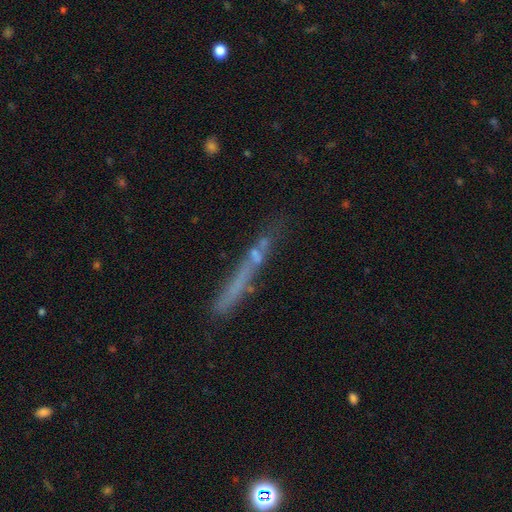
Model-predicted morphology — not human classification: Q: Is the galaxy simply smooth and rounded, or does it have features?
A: smooth — 45%.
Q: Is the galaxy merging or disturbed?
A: none — 62%.